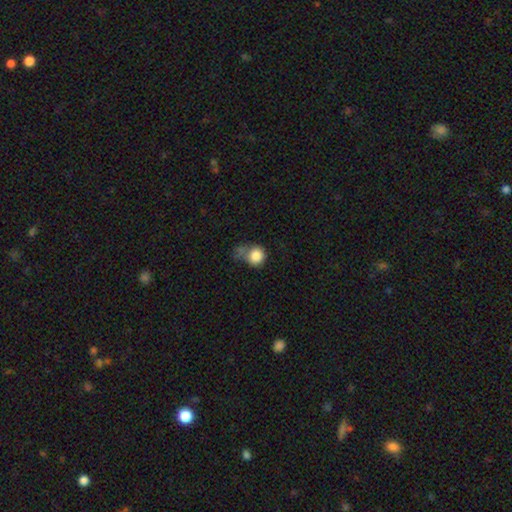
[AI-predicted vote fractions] Smooth or featured? smooth (83%)
How rounded? round (82%)
Merging? none (37%)